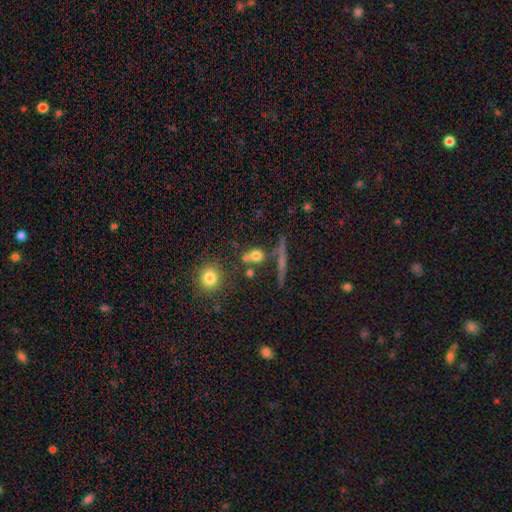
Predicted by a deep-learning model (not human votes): Q: Smooth or featured?
A: smooth (66%); runner-up: star or artifact (17%)
Q: How rounded?
A: round (66%); runner-up: in between (23%)
Q: Merging?
A: none (56%); runner-up: merger (25%)